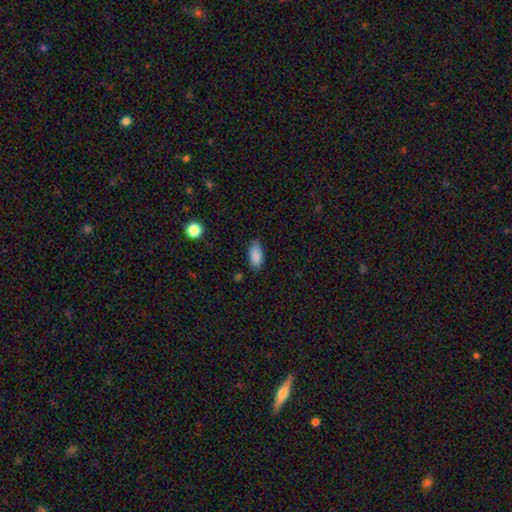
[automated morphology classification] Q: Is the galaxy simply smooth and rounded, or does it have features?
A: smooth — 87%.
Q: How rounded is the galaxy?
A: in between — 88%.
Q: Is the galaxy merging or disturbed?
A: none — 72%.